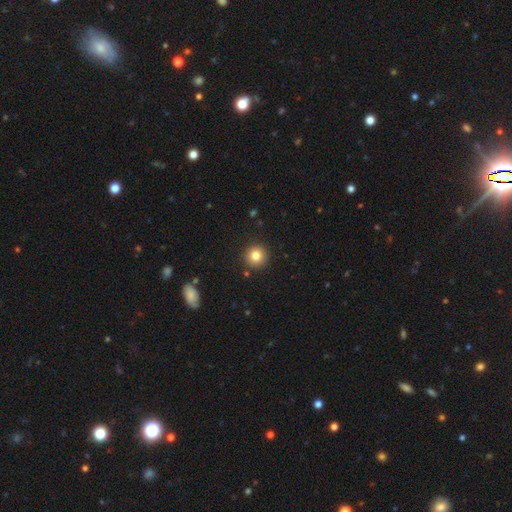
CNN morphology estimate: Smooth or featured: smooth — 81% (star or artifact — 11%)
How rounded: round — 95% (in between — 4%)
Merging: none — 91% (minor disturbance — 6%)